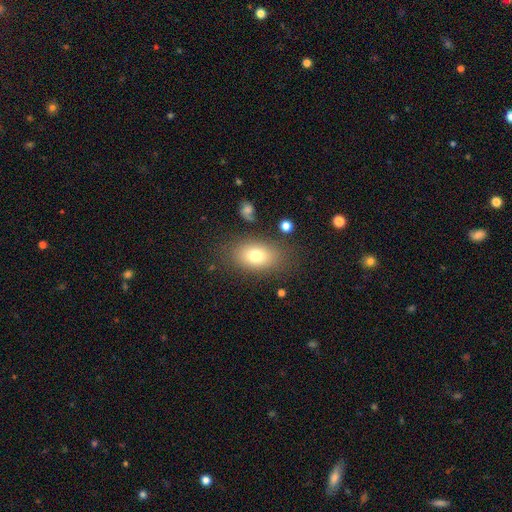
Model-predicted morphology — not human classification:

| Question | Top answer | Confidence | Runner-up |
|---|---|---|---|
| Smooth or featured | smooth | 76% | featured or disk (14%) |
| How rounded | in between | 85% | round (13%) |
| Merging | none | 78% | minor disturbance (13%) |